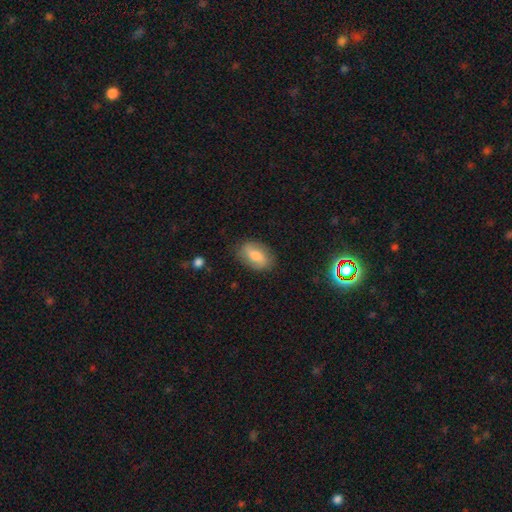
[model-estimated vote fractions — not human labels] smooth_or_featured: smooth (p=0.66) [alt: featured or disk p=0.26]
how_rounded: in between (p=0.89) [alt: round p=0.09]
merging: none (p=0.81) [alt: minor disturbance p=0.14]